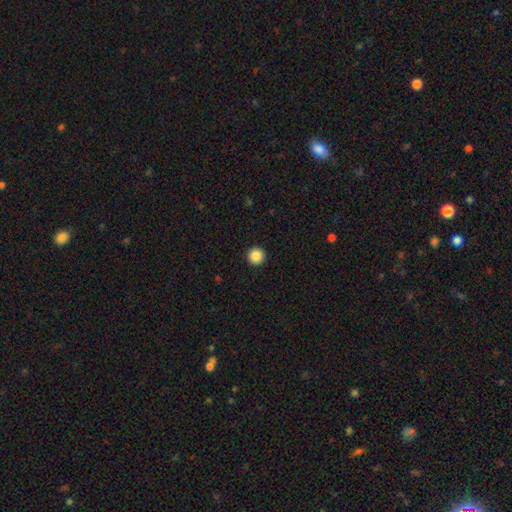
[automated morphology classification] Smooth or featured? smooth (87%)
How rounded? round (97%)
Merging? none (94%)